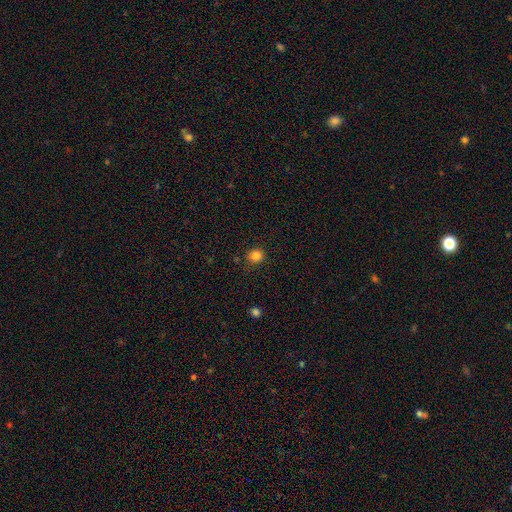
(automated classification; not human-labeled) Smooth or featured: smooth — 84% (star or artifact — 12%)
How rounded: round — 83% (in between — 17%)
Merging: none — 85% (minor disturbance — 10%)